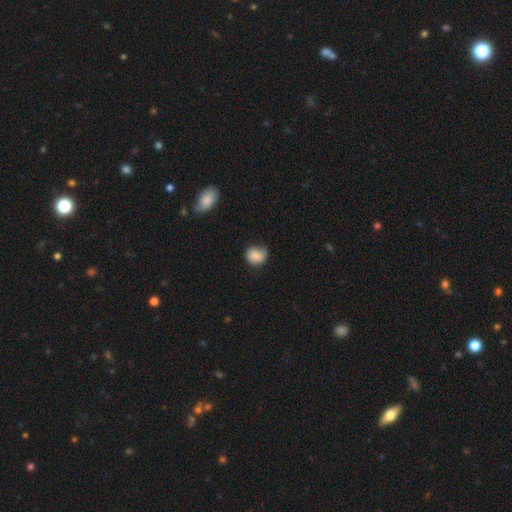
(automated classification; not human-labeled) smooth 81%, featured or disk 11%, star or artifact 9%. Down the decision tree: how rounded — round (70%); merging — none (61%).